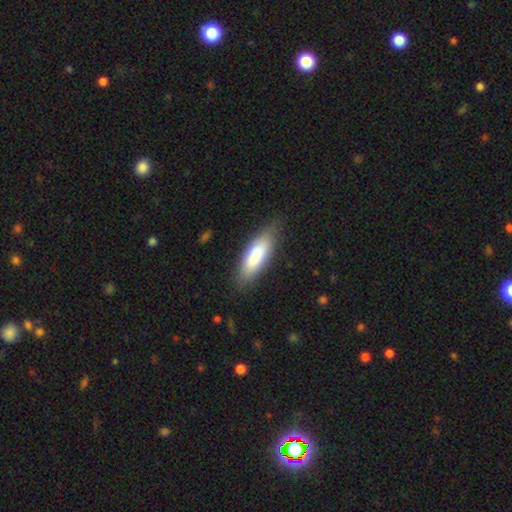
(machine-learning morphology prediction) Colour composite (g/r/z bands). It shows a smooth galaxy with no disk features (80%) that is in between round and cigar-shaped (62%). Merging: none (76%).